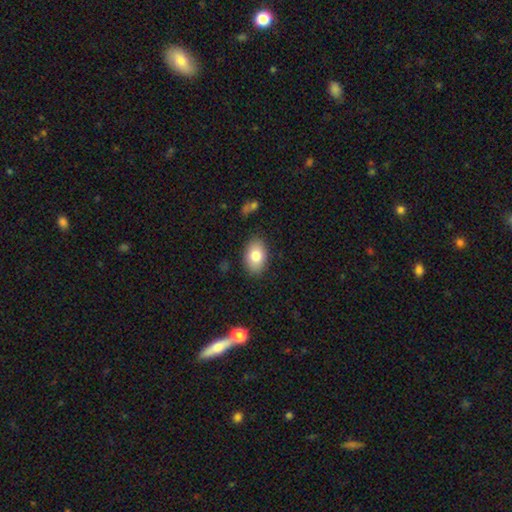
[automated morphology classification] smooth_or_featured: smooth (p=0.80) [alt: featured or disk p=0.12]
how_rounded: in between (p=0.85) [alt: round p=0.14]
merging: none (p=0.86) [alt: minor disturbance p=0.10]